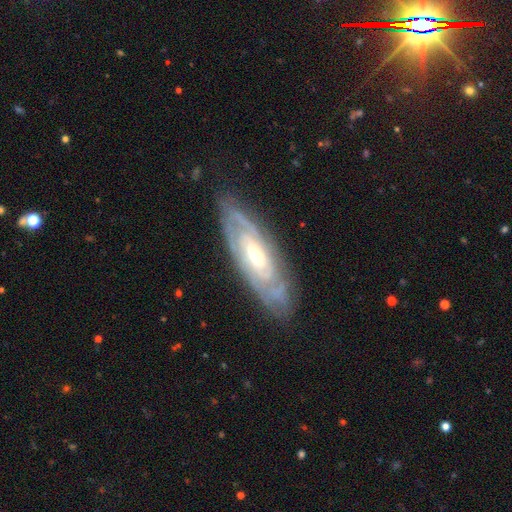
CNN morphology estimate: featured or disk 84%, smooth 10%, star or artifact 5%. Down the decision tree: edge-on disk — no (85%); bar — no (49%); spiral arms — yes (92%); spiral arm count — can't tell (44%); spiral winding — tight (74%); bulge size — moderate (53%); merging — none (81%).